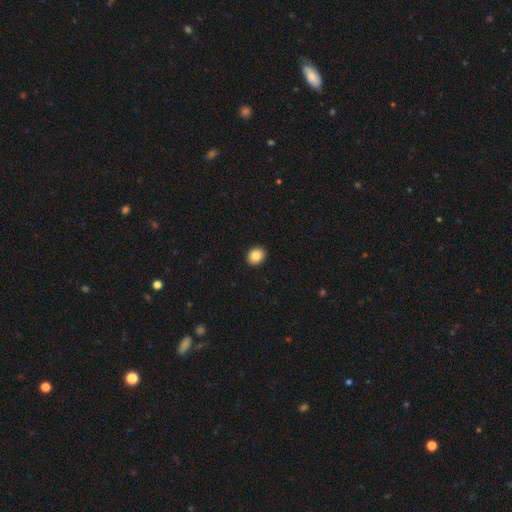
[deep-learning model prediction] smooth_or_featured: smooth (p=0.85) [alt: star or artifact p=0.09]
how_rounded: round (p=0.64) [alt: in between p=0.35]
merging: none (p=0.93) [alt: minor disturbance p=0.05]